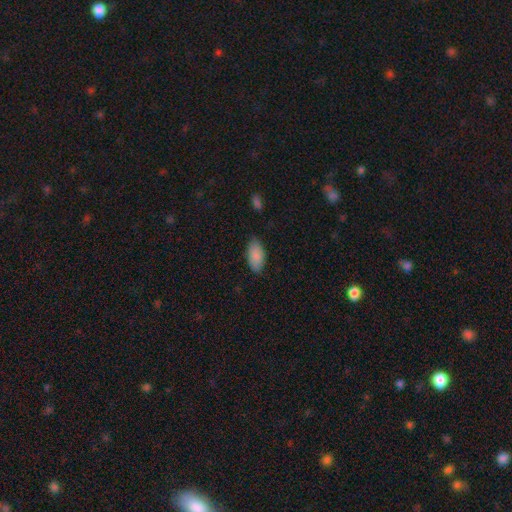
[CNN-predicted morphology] Overall: smooth (88%). How rounded: in between (93%). Merging: none (80%).